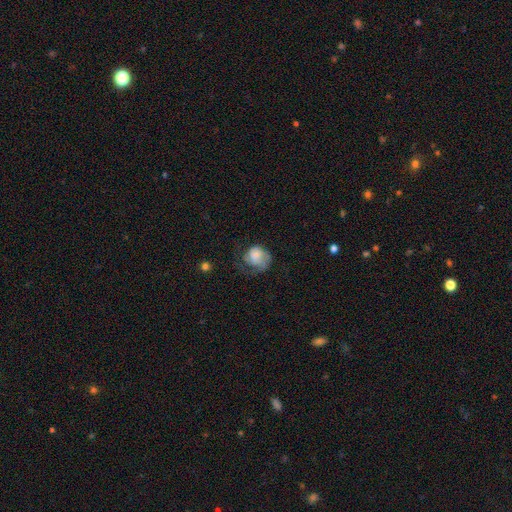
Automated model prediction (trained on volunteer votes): This is possibly a smooth galaxy (56%). How rounded: likely round (66%). Merging: marginally major disturbance (38%).